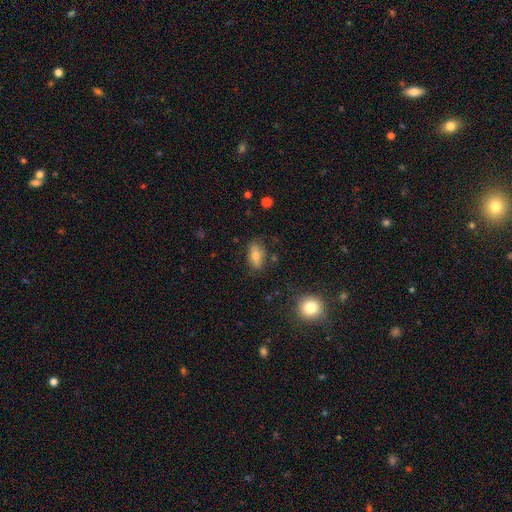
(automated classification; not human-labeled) The model was most divided on "smooth or featured": smooth: 68%, featured or disk: 21%, star or artifact: 11%. More confident: how rounded — in between (82%); merging — none (77%).